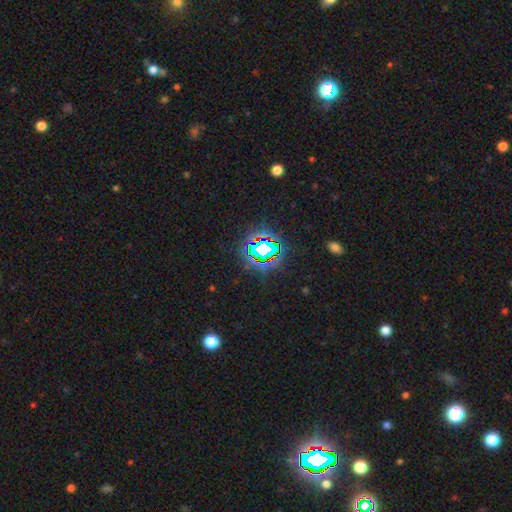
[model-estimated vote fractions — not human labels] Overall: star or artifact (74%).